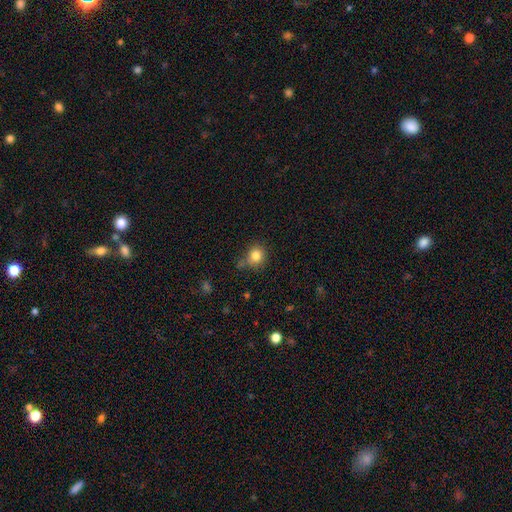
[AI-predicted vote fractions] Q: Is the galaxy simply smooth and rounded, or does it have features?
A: smooth — 83%.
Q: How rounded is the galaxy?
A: round — 84%.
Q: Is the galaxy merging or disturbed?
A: none — 68%.